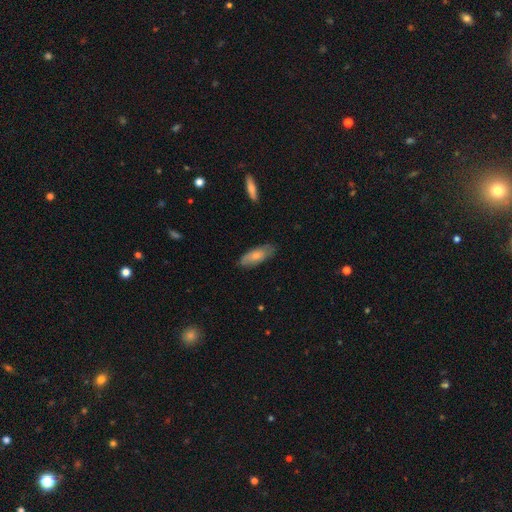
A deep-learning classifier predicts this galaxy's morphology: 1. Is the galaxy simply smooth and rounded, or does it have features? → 74% smooth, 21% featured or disk, 6% star or artifact.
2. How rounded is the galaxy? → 75% in between, 23% cigar-shaped, 2% round.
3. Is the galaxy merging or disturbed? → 78% none, 18% minor disturbance, 3% major disturbance, 1% merger.